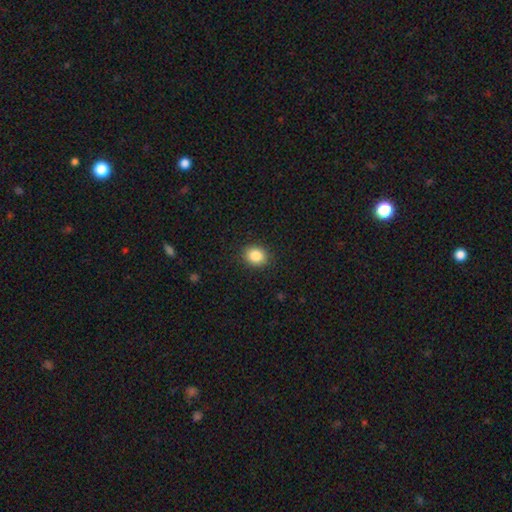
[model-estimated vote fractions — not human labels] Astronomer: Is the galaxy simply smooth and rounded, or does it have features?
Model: smooth — 86%.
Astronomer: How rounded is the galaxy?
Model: round — 59% (runner-up: in between, 40%).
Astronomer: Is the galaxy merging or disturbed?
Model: none — 88%.